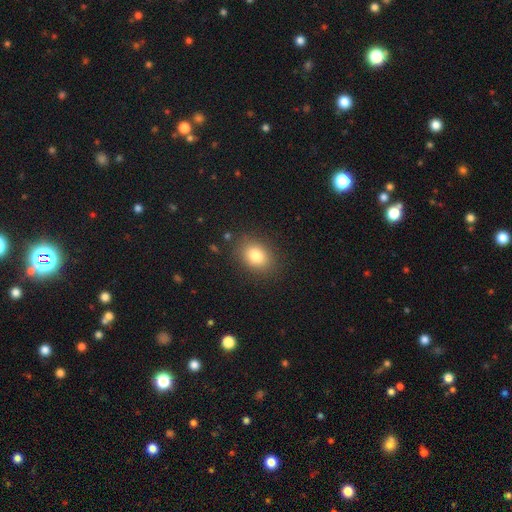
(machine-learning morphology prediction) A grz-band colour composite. It shows a smooth galaxy with no disk features (82%) that is in between round and cigar-shaped (64%). Merging: none (85%).